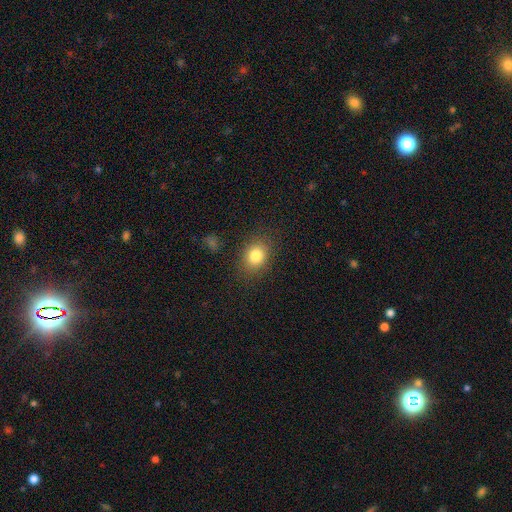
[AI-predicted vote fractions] Morphology: type=smooth (82%); roundness=in between (50%); merging=none (84%).